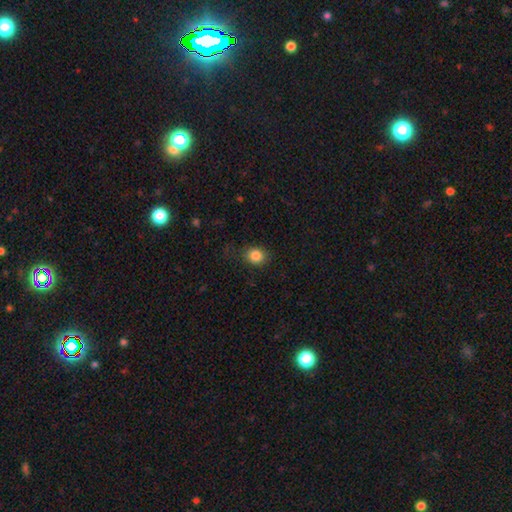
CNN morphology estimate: A smooth galaxy with no disk features (85%) that is round (67%).

Vote fractions:
- Smooth or featured? smooth: 85% / star or artifact: 10% / featured or disk: 5%
- How rounded? round: 67% / in between: 32% / cigar-shaped: 1%
- Merging? none: 81% / minor disturbance: 14% / major disturbance: 4% / merger: 1%